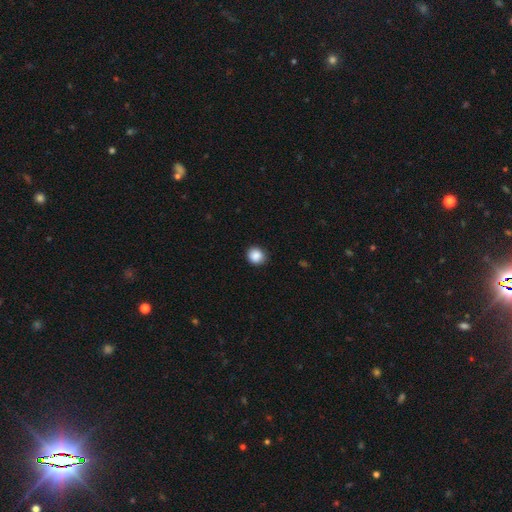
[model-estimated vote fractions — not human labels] smooth 88%, star or artifact 9%, featured or disk 3%. Down the decision tree: how rounded — round (83%); merging — none (87%).